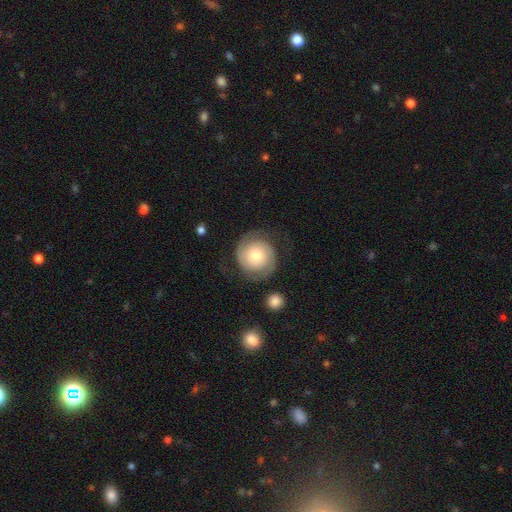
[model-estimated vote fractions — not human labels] This is likely a featured or disk galaxy (76%). It is clearly not viewed edge-on (98%). Bar: likely no (76%). Spiral arm pattern: clearly yes (96%). Spiral arm count: clearly 2 (90%). Spiral winding: possibly tight (56%). Central bulge: possibly moderate (58%). Merging: likely none (76%).